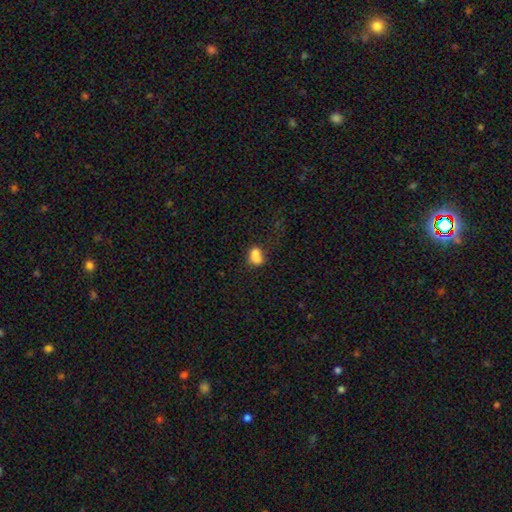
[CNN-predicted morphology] smooth 74%, featured or disk 14%, star or artifact 11%. Down the decision tree: how rounded — in between (62%); merging — merger (51%).